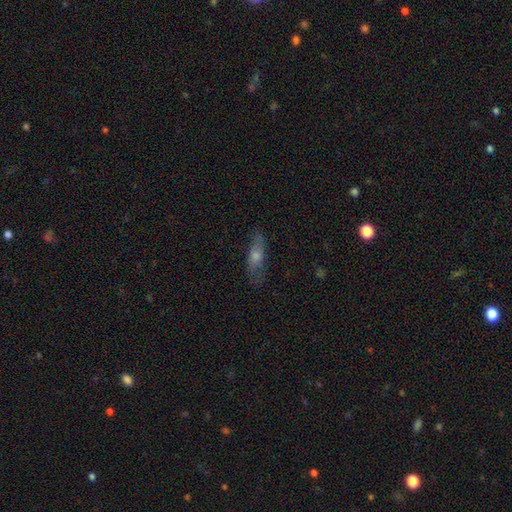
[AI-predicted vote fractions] Q: Smooth or featured?
A: smooth (46%); runner-up: featured or disk (44%)
Q: Merging?
A: none (77%); runner-up: minor disturbance (17%)